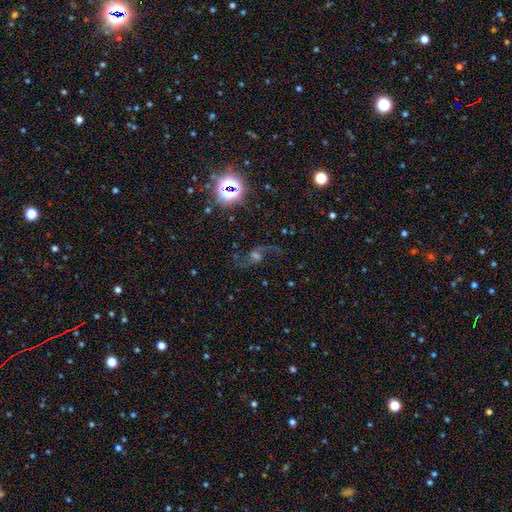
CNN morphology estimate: Smooth or featured: featured or disk — 67% (star or artifact — 22%)
Edge-on disk: no — 95% (yes — 5%)
Bar: no — 47% (weak — 40%)
Spiral arms: yes — 93% (no — 7%)
Spiral winding: loose — 82% (medium — 15%)
Spiral arm count: 2 — 90% (1 — 5%)
Bulge size: moderate — 39% (small — 25%)
Merging: none — 68% (major disturbance — 15%)